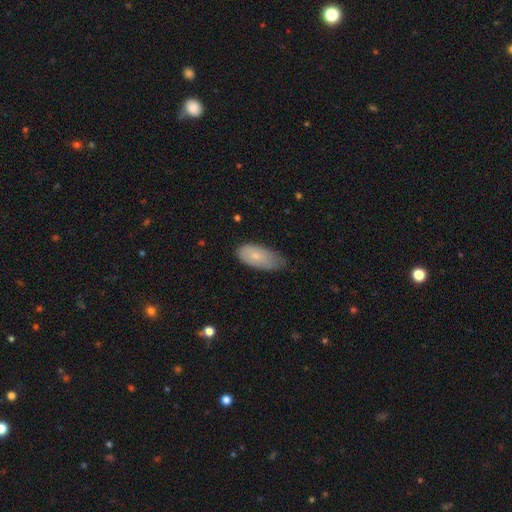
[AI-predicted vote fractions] Morphology: type=smooth (76%); roundness=in between (90%); merging=none (51%).